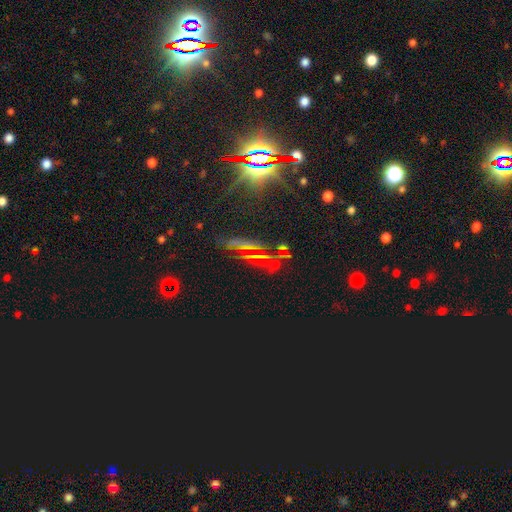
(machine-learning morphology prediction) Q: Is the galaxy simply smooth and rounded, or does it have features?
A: star or artifact — 57%.